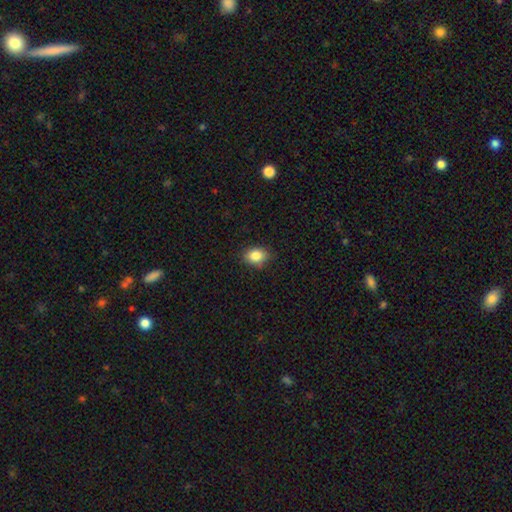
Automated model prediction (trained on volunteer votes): A smooth galaxy with no disk features (85%) that is in between round and cigar-shaped (60%). Merging: none (83%).